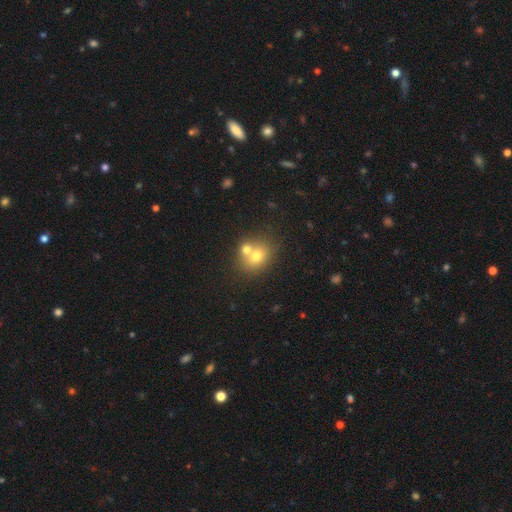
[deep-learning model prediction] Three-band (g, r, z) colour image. It shows a smooth galaxy with no disk features (69%) that is round (62%). Merging: merger (46%).